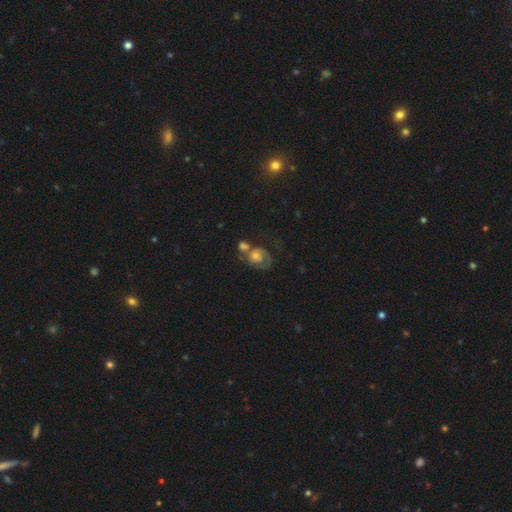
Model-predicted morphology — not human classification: A featured or disk galaxy (57%) with no bar (79%), spiral arms (75%) and a moderate central bulge (51%). Merging: merger (39%).